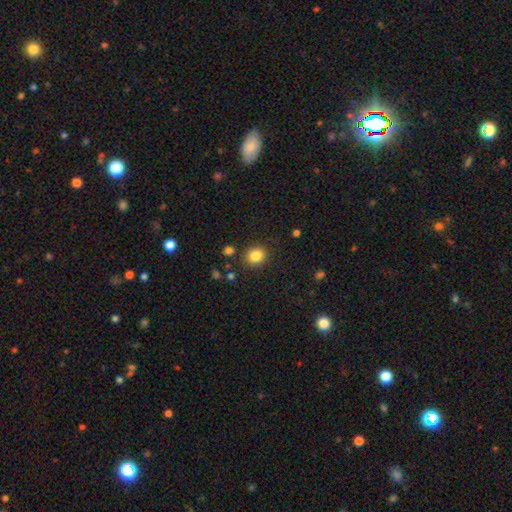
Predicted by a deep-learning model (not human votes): This is clearly a smooth galaxy (84%). How rounded: likely round (75%). Merging: clearly none (87%).